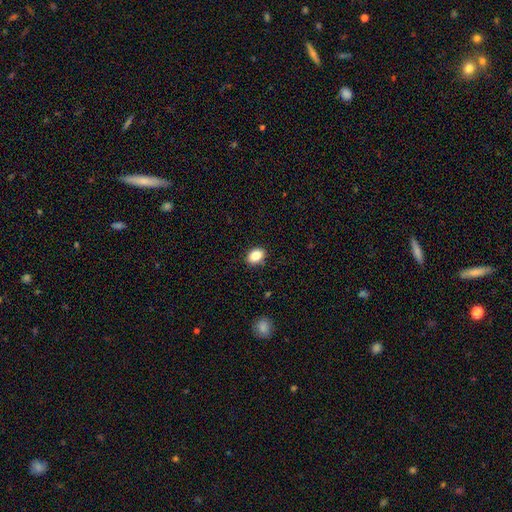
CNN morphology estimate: smooth-or-featured: smooth: 86% | star or artifact: 9% | featured or disk: 6%
  how-rounded: in between: 74% | round: 25% | cigar-shaped: 1%
  merging: none: 89% | minor disturbance: 8% | major disturbance: 2% | merger: 1%